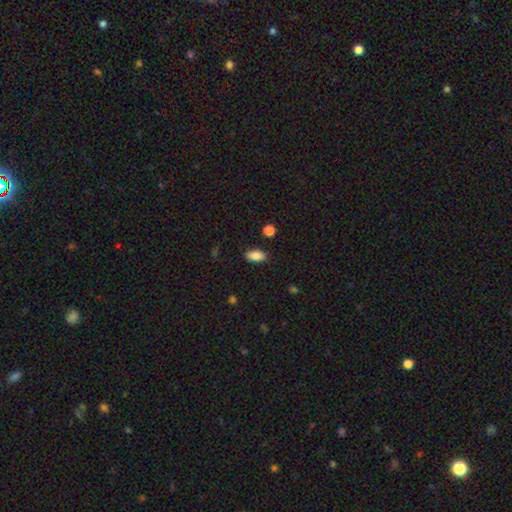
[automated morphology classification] smooth 85%, star or artifact 8%, featured or disk 6%. Down the decision tree: how rounded — in between (90%); merging — none (86%).